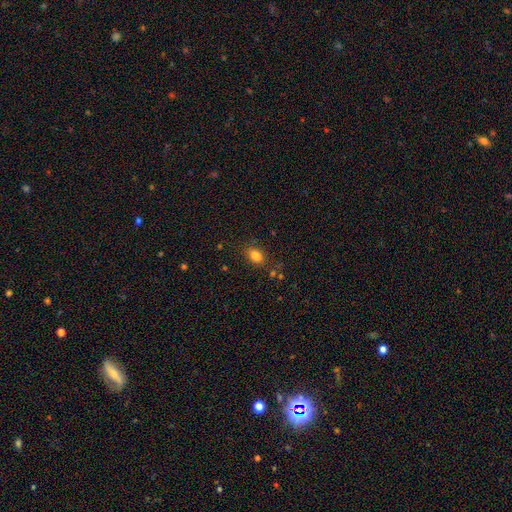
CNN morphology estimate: smooth-or-featured: smooth: 82% | star or artifact: 12% | featured or disk: 6%
  how-rounded: in between: 76% | round: 22% | cigar-shaped: 2%
  merging: none: 79% | minor disturbance: 13% | major disturbance: 4% | merger: 3%